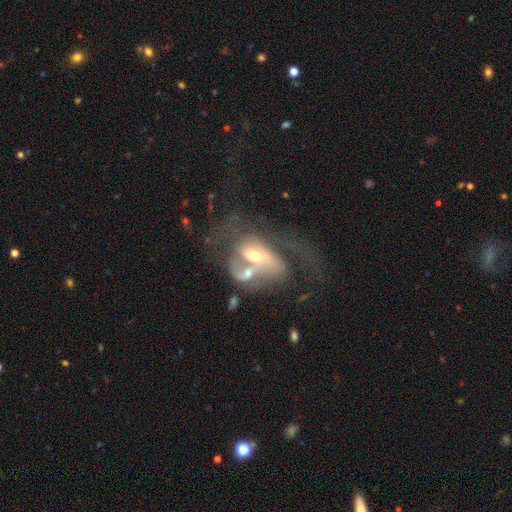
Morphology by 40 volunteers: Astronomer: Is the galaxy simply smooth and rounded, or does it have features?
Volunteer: featured or disk — 78%.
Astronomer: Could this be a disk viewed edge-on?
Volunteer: no — 100%.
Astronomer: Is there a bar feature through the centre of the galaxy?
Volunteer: no — 65%.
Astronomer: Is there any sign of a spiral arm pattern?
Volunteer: yes — 77%.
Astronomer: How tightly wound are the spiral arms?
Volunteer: loose — 46% (runner-up: medium, 42%).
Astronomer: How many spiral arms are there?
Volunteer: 1 — 38% (runner-up: 2, 33%).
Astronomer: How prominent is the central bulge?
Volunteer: small — 58%.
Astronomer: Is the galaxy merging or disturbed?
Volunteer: merger — 63%.